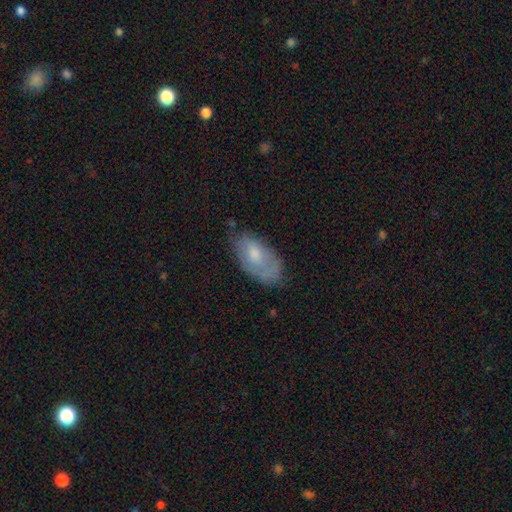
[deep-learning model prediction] A smooth galaxy with no disk features (59%) that is in between round and cigar-shaped (92%). Merging: none (57%).